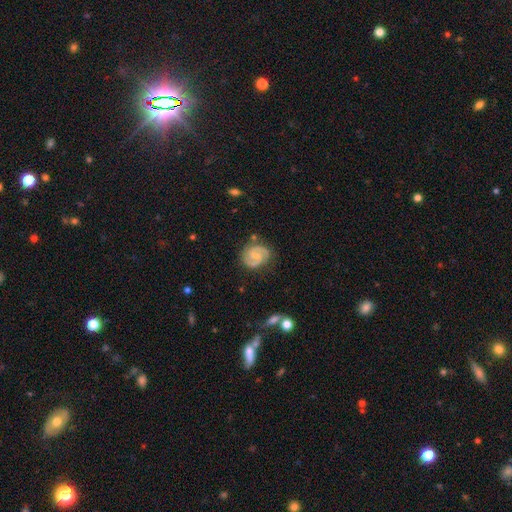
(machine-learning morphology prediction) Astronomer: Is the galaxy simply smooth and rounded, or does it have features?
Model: featured or disk — 86%.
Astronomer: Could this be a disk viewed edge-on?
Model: no — 98%.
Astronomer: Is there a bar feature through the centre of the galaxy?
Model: weak — 46% (runner-up: no, 44%).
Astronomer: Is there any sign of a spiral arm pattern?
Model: yes — 98%.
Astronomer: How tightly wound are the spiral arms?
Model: tight — 48% (runner-up: medium, 44%).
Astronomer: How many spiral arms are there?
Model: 2 — 91%.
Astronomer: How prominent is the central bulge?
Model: small — 51%.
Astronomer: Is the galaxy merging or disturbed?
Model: none — 78%.